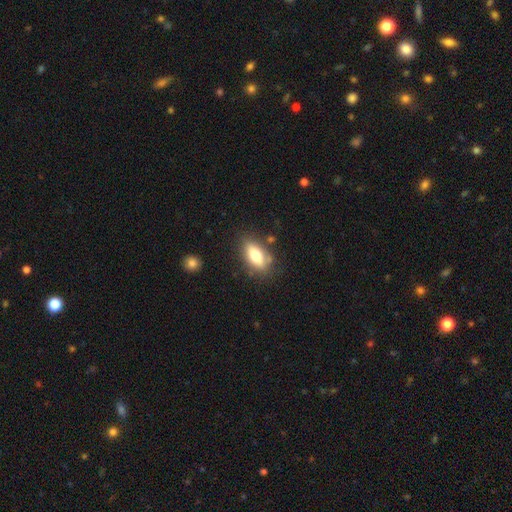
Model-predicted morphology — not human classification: This appears to be a smooth galaxy with no disk features (66%) that is in between round and cigar-shaped (78%). Merging: none (74%).